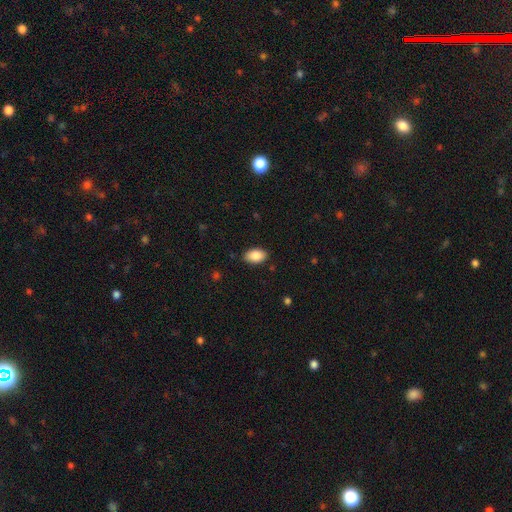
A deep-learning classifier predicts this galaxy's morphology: smooth-or-featured: smooth: 87% | star or artifact: 7% | featured or disk: 6%
  how-rounded: in between: 92% | round: 7% | cigar-shaped: 1%
  merging: none: 87% | minor disturbance: 10% | major disturbance: 2% | merger: 1%